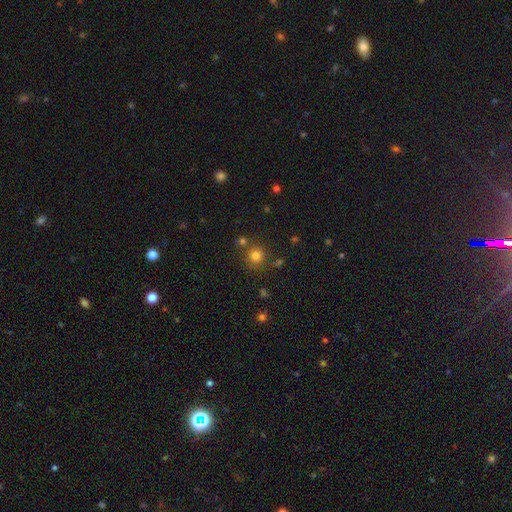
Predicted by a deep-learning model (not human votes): Smooth or featured?
  - smooth: 79% *
  - star or artifact: 15%
  - featured or disk: 6%
How rounded?
  - round: 93% *
  - in between: 7%
  - cigar-shaped: 1%
Merging?
  - none: 78% *
  - merger: 10%
  - minor disturbance: 9%
  - major disturbance: 3%